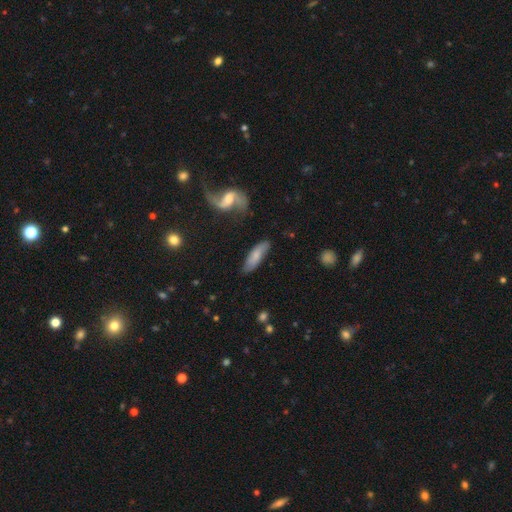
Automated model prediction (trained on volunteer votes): Smooth or featured?
  - smooth: 66% *
  - featured or disk: 27%
  - star or artifact: 7%
How rounded?
  - cigar-shaped: 51% *
  - in between: 47%
  - round: 2%
Merging?
  - none: 75% *
  - minor disturbance: 17%
  - major disturbance: 4%
  - merger: 4%